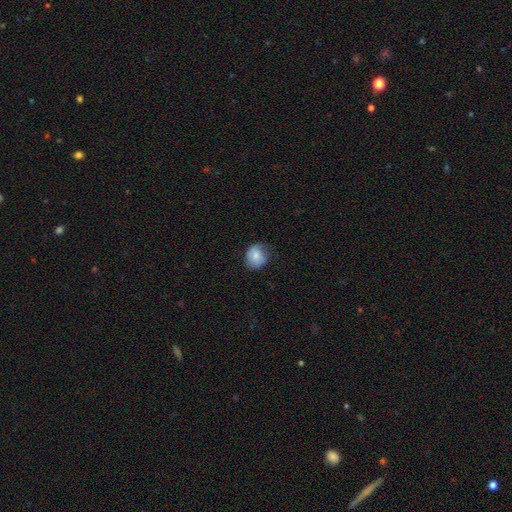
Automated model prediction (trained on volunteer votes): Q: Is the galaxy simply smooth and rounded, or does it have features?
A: smooth — 78%.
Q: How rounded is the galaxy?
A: round — 67%.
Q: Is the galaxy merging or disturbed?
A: none — 67%.